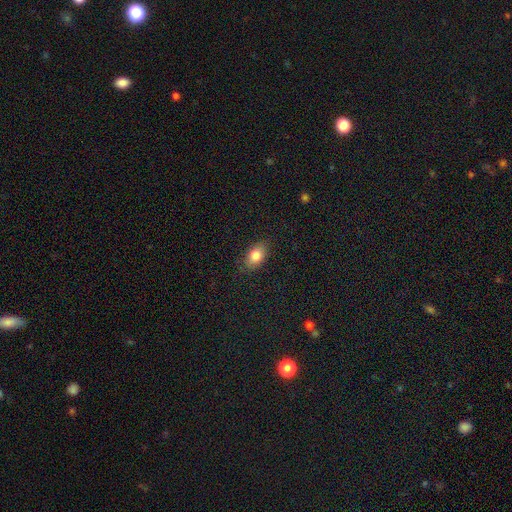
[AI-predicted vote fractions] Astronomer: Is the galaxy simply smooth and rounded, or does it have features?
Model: smooth — 82%.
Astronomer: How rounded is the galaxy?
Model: in between — 86%.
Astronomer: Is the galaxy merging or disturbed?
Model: none — 84%.